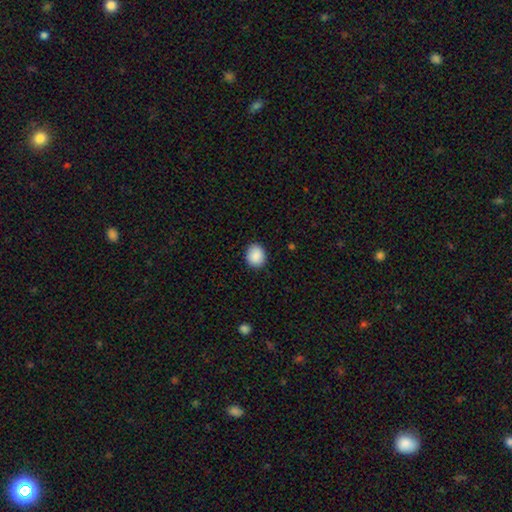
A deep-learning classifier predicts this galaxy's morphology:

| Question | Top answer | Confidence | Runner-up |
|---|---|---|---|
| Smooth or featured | smooth | 90% | star or artifact (7%) |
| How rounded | round | 68% | in between (31%) |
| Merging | none | 88% | minor disturbance (9%) |